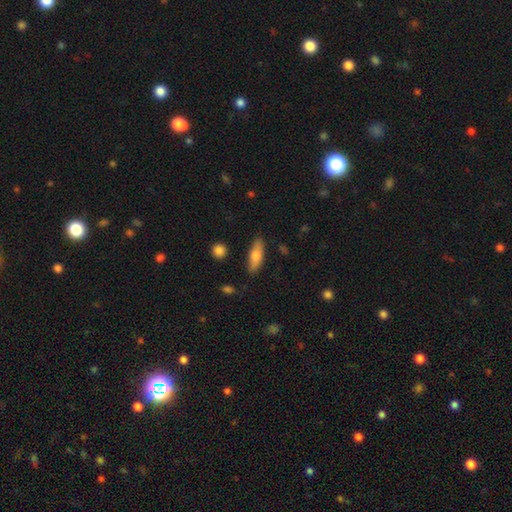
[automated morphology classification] smooth_or_featured: smooth (p=0.70) [alt: featured or disk p=0.24]
how_rounded: in between (p=0.52) [alt: cigar-shaped p=0.45]
merging: none (p=0.85) [alt: minor disturbance p=0.11]